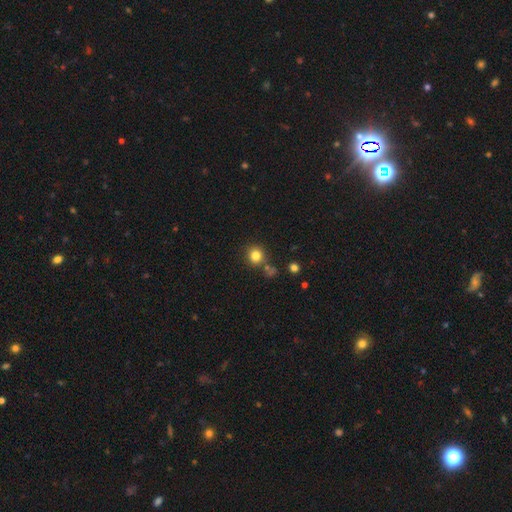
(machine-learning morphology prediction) Smooth or featured? Predicted: smooth (p=0.82). How rounded? Predicted: round (p=0.91). Merging? Predicted: none (p=0.77).